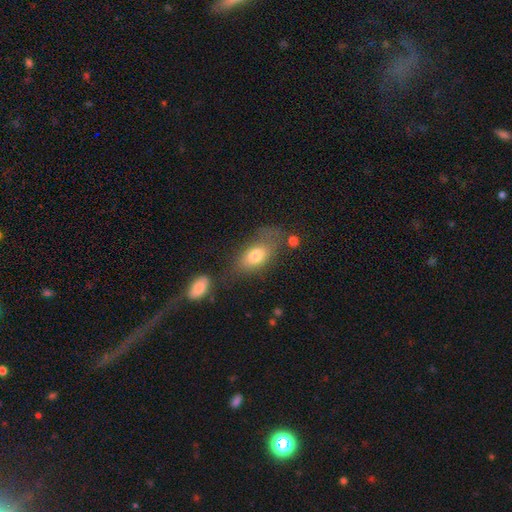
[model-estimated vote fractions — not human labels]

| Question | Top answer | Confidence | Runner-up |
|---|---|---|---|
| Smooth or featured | smooth | 75% | featured or disk (16%) |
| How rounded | in between | 86% | round (8%) |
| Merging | none | 48% | minor disturbance (24%) |